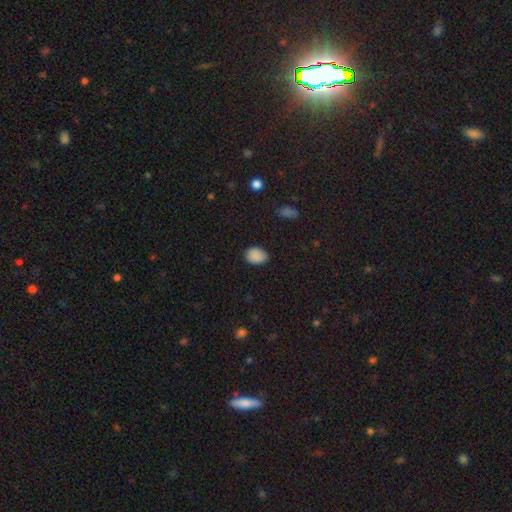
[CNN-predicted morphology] Overall: smooth (88%). How rounded: in between (68%; round 31%). Merging: none (85%).